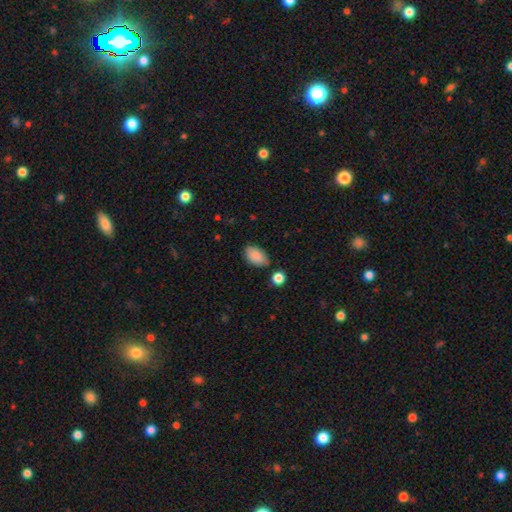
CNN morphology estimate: smooth_or_featured: smooth (p=0.87) [alt: star or artifact p=0.07]
how_rounded: in between (p=0.92) [alt: round p=0.06]
merging: none (p=0.77) [alt: minor disturbance p=0.16]